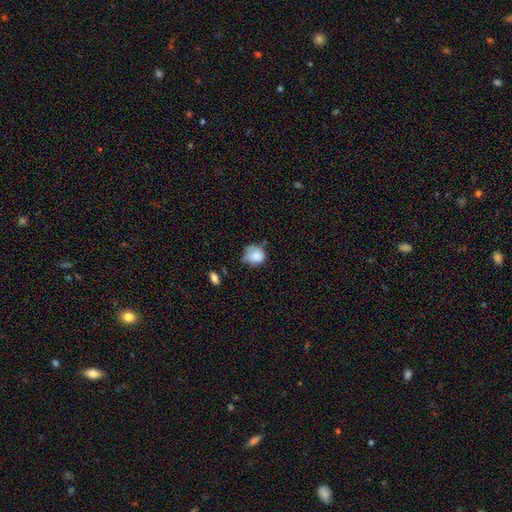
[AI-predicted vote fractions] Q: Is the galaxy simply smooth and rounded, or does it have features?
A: smooth — 83%.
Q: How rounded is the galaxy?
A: round — 82%.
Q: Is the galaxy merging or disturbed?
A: none — 49%.